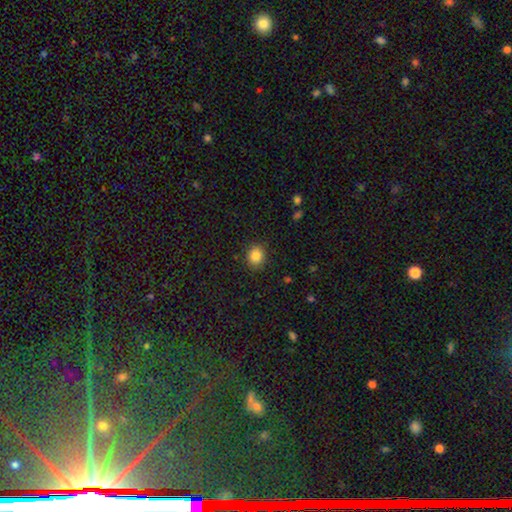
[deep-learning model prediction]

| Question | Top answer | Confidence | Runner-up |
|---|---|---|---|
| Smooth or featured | smooth | 85% | star or artifact (10%) |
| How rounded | round | 75% | in between (24%) |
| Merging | none | 89% | minor disturbance (7%) |